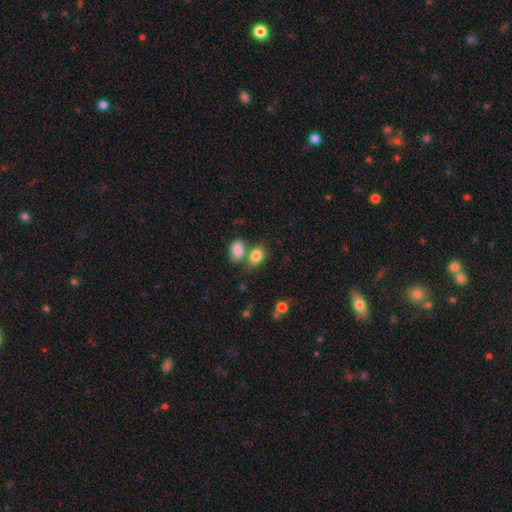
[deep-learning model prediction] A smooth galaxy with no disk features (84%) that is in between round and cigar-shaped (67%).

Vote fractions:
- Smooth or featured? smooth: 84% / star or artifact: 9% / featured or disk: 8%
- How rounded? in between: 67% / round: 31% / cigar-shaped: 1%
- Merging? none: 43% / merger: 41% / minor disturbance: 12% / major disturbance: 5%